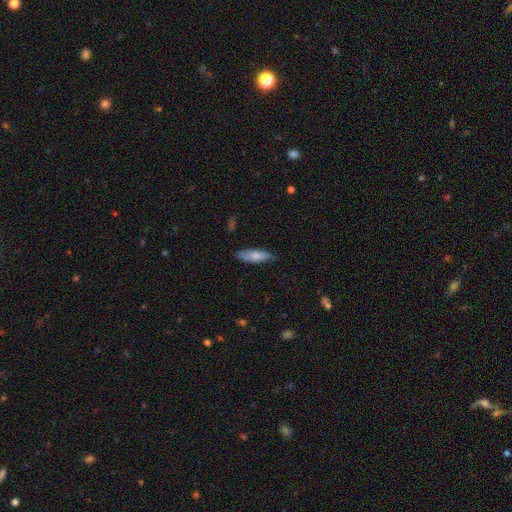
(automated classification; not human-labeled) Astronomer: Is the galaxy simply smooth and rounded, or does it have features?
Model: smooth — 70%.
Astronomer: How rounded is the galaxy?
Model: in between — 50% (runner-up: cigar-shaped, 48%).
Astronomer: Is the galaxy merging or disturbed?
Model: none — 71%.